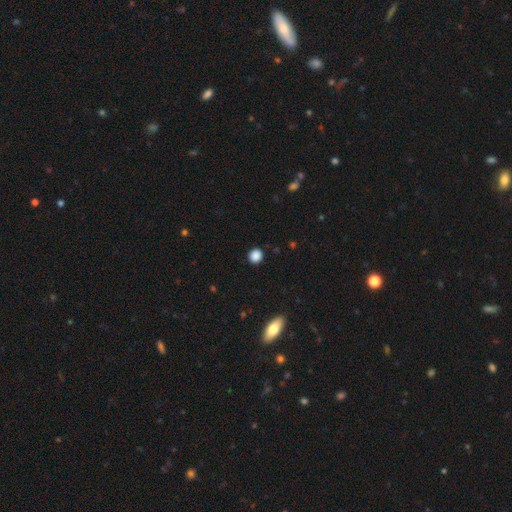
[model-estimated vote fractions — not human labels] Q: Smooth or featured?
A: smooth (88%); runner-up: star or artifact (10%)
Q: How rounded?
A: round (88%); runner-up: in between (11%)
Q: Merging?
A: none (91%); runner-up: minor disturbance (6%)